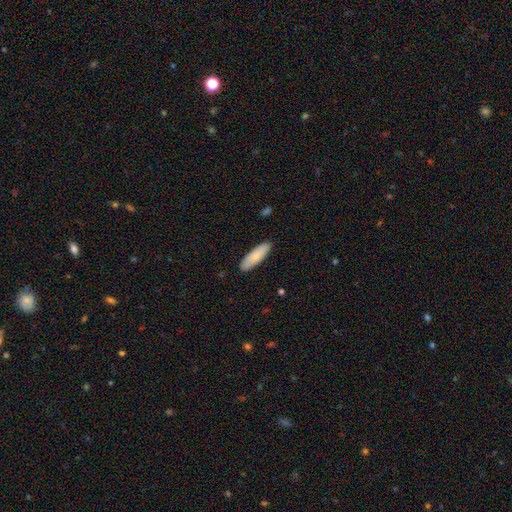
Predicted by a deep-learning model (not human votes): Morphology: type=smooth (81%); roundness=cigar-shaped (52%); merging=none (89%).